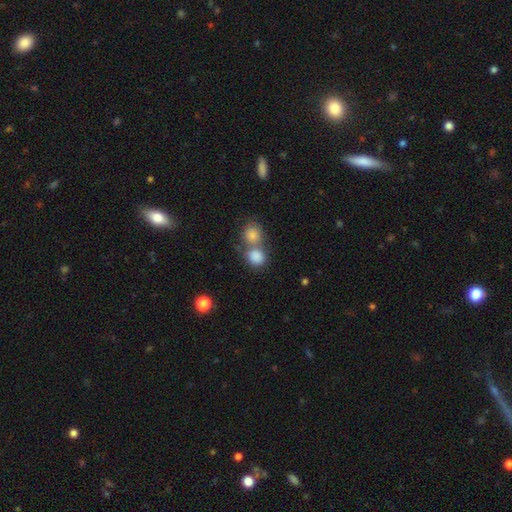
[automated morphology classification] Smooth or featured?
  - smooth: 84% *
  - star or artifact: 10%
  - featured or disk: 7%
How rounded?
  - round: 76% *
  - in between: 23%
  - cigar-shaped: 1%
Merging?
  - merger: 50% *
  - none: 38%
  - minor disturbance: 8%
  - major disturbance: 4%